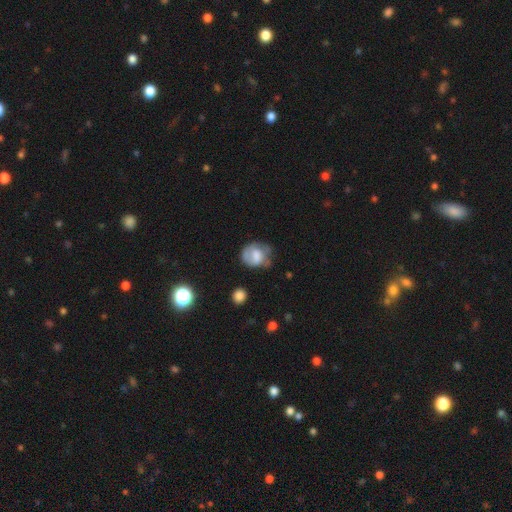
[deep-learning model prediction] smooth 56%, featured or disk 35%, star or artifact 9%. Down the decision tree: how rounded — round (62%); merging — none (46%).